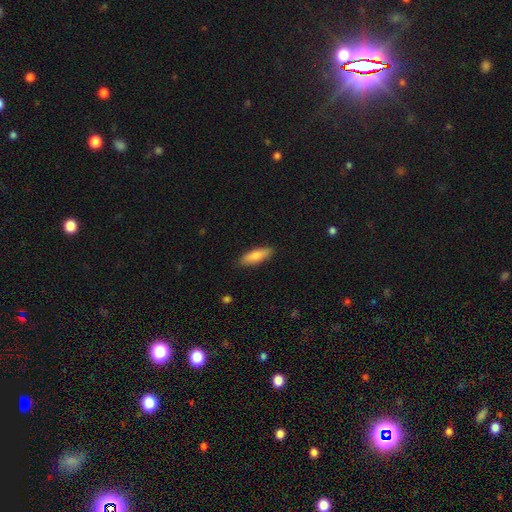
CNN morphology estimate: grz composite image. It shows a smooth galaxy with no disk features (81%) that is in between round and cigar-shaped (53%). Merging: none (87%).